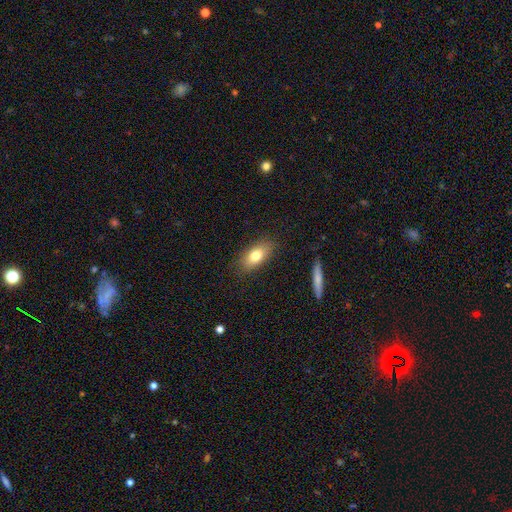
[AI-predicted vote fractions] smooth_or_featured: smooth (p=0.77) [alt: featured or disk p=0.16]
how_rounded: in between (p=0.84) [alt: cigar-shaped p=0.10]
merging: none (p=0.84) [alt: minor disturbance p=0.11]